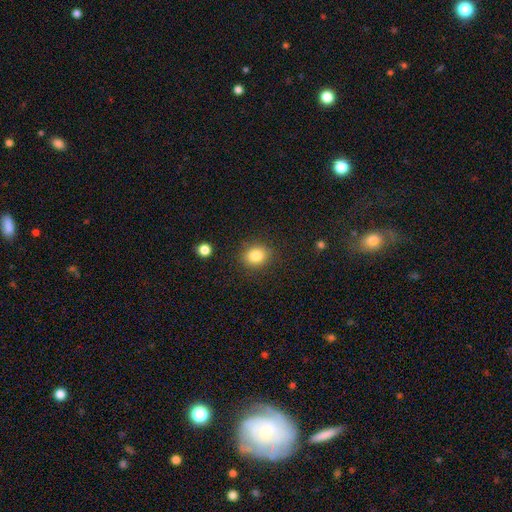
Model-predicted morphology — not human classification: Overall: smooth (84%). How rounded: round (63%; in between 36%). Merging: none (85%).